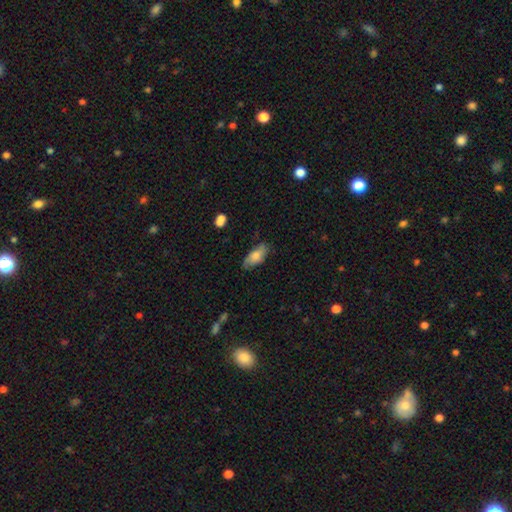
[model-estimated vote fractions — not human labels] smooth_or_featured: smooth (p=0.74) [alt: featured or disk p=0.19]
how_rounded: in between (p=0.85) [alt: cigar-shaped p=0.12]
merging: none (p=0.72) [alt: minor disturbance p=0.22]